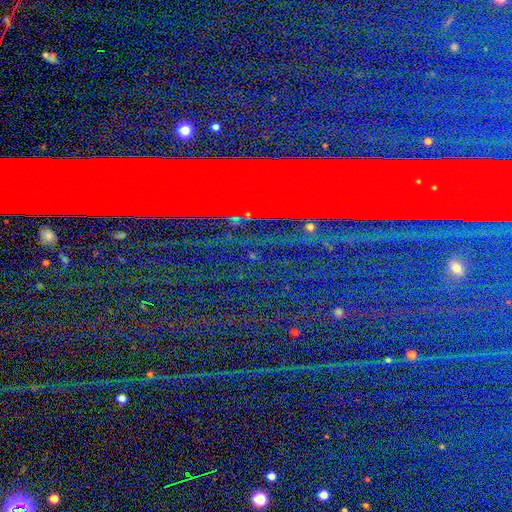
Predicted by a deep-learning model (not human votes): Smooth or featured? Predicted: star or artifact (p=0.86).